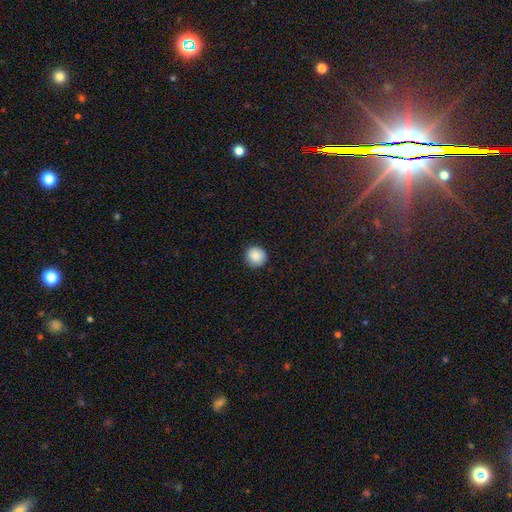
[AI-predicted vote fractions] smooth-or-featured: smooth: 88% | star or artifact: 8% | featured or disk: 4%
  how-rounded: round: 94% | in between: 5% | cigar-shaped: 1%
  merging: none: 90% | minor disturbance: 7% | major disturbance: 2% | merger: 1%